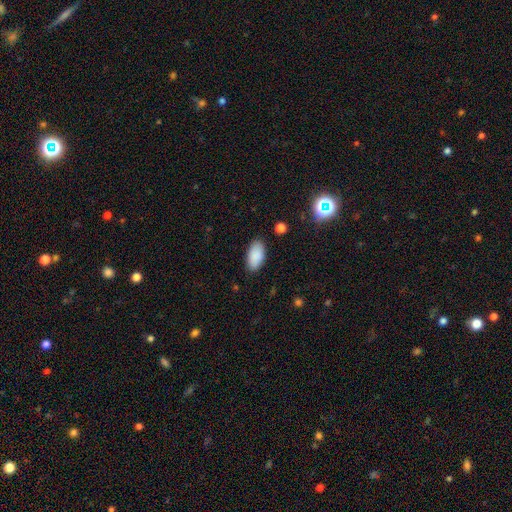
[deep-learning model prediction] smooth-or-featured: smooth: 89% | star or artifact: 7% | featured or disk: 4%
  how-rounded: in between: 94% | cigar-shaped: 4% | round: 2%
  merging: none: 87% | minor disturbance: 10% | major disturbance: 2% | merger: 1%